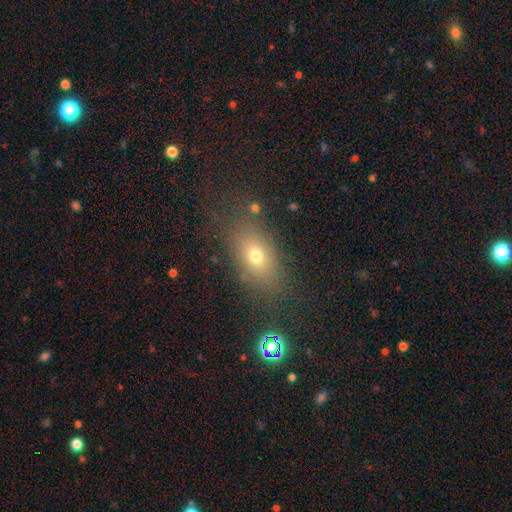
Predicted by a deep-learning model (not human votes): Smooth or featured: smooth — 67% (featured or disk — 17%)
How rounded: in between — 77% (round — 18%)
Merging: none — 76% (minor disturbance — 13%)